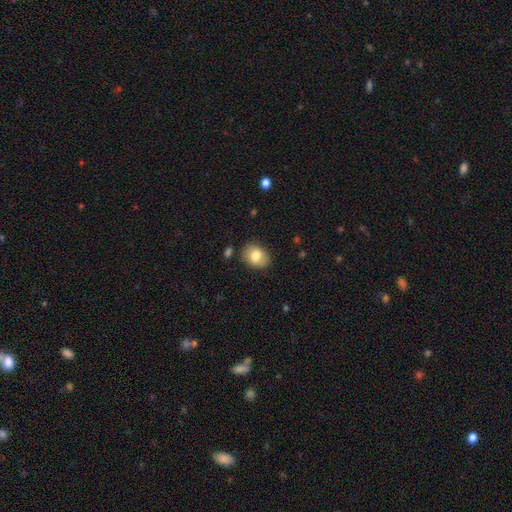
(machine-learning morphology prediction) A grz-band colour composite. It shows a smooth galaxy with no disk features (78%) that is in between round and cigar-shaped (67%). Merging: none (81%).